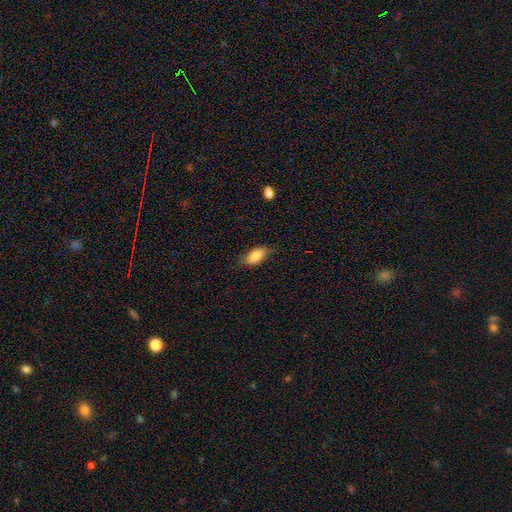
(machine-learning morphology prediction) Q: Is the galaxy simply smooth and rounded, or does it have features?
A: smooth — 81%.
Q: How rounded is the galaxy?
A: in between — 90%.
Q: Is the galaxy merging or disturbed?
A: none — 67%.